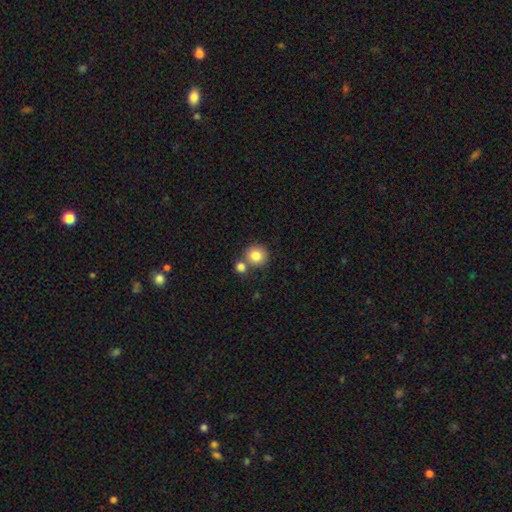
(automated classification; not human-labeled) Q: Smooth or featured?
A: smooth (82%); runner-up: star or artifact (10%)
Q: How rounded?
A: round (90%); runner-up: in between (9%)
Q: Merging?
A: none (64%); runner-up: merger (26%)